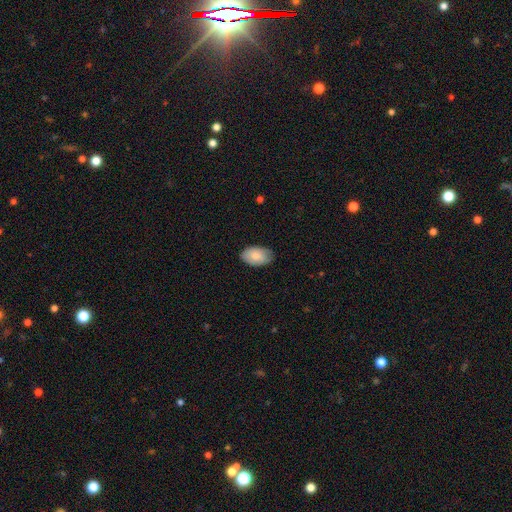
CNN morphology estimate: A smooth galaxy with no disk features (84%) that is in between round and cigar-shaped (93%).

Vote fractions:
- Smooth or featured? smooth: 84% / featured or disk: 9% / star or artifact: 6%
- How rounded? in between: 93% / round: 6% / cigar-shaped: 1%
- Merging? none: 79% / minor disturbance: 17% / major disturbance: 3% / merger: 1%